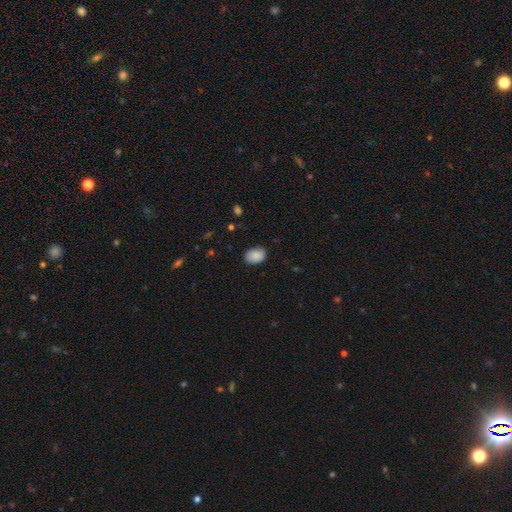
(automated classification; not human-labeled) Smooth or featured? smooth (88%)
How rounded? in between (79%)
Merging? none (83%)